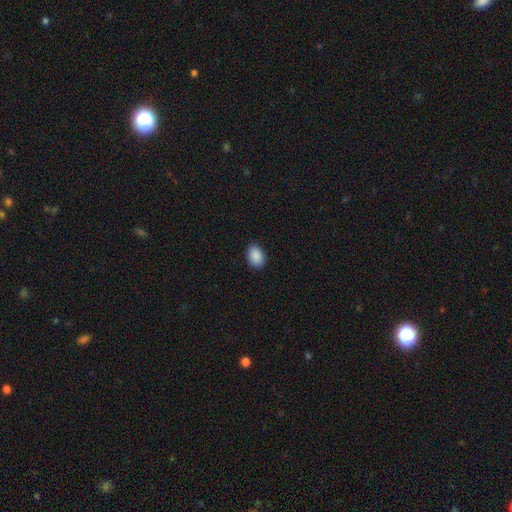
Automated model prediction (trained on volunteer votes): Smooth or featured? smooth (90%)
How rounded? in between (83%)
Merging? none (89%)